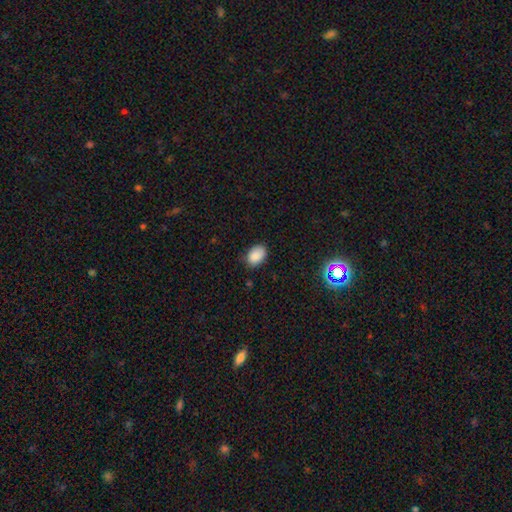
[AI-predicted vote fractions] A smooth galaxy with no disk features (87%) that is in between round and cigar-shaped (83%). Merging: none (77%).